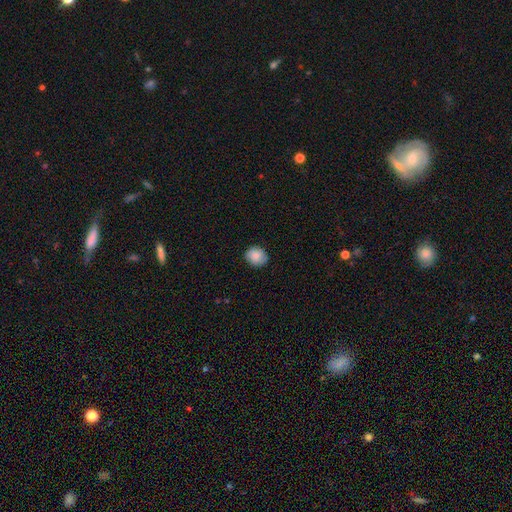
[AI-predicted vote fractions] A smooth galaxy with no disk features (85%) that is round (75%).

Vote fractions:
- Smooth or featured? smooth: 85% / star or artifact: 8% / featured or disk: 8%
- How rounded? round: 75% / in between: 24% / cigar-shaped: 1%
- Merging? none: 82% / minor disturbance: 14% / major disturbance: 3% / merger: 1%